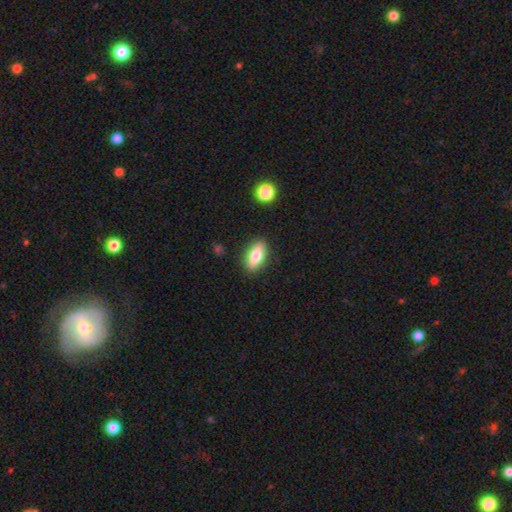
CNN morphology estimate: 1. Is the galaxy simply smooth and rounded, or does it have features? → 68% smooth, 25% featured or disk, 7% star or artifact.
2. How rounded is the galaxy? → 74% in between, 21% cigar-shaped, 4% round.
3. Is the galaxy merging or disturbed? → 88% none, 9% minor disturbance, 2% major disturbance, 2% merger.